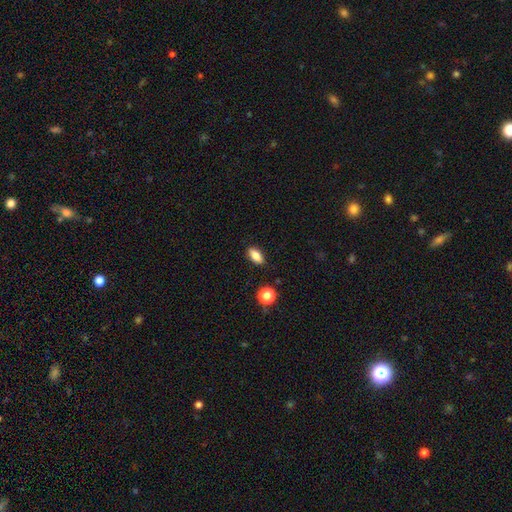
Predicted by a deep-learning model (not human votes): Morphology: type=smooth (79%); roundness=in between (84%); merging=none (87%).